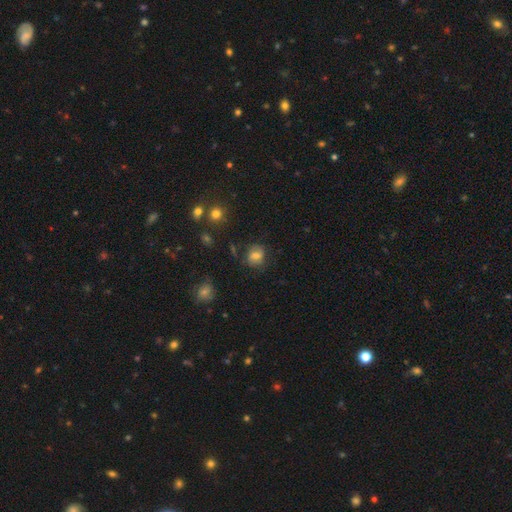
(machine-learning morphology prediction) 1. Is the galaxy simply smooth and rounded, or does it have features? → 62% smooth, 26% featured or disk, 13% star or artifact.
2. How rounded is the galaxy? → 67% round, 32% in between, 1% cigar-shaped.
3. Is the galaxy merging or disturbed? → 69% none, 20% minor disturbance, 8% major disturbance, 3% merger.